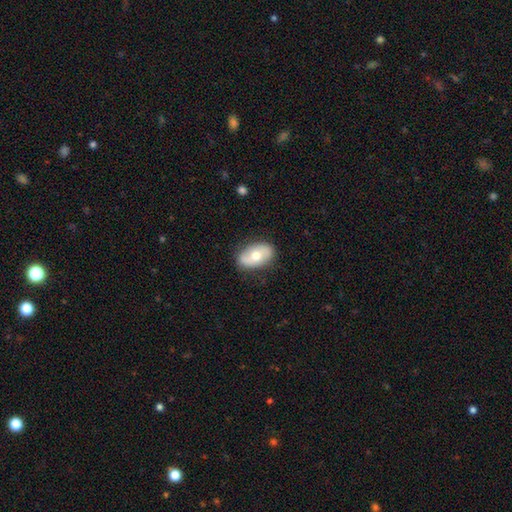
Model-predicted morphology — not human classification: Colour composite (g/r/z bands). It shows a smooth galaxy with no disk features (59%) that is in between round and cigar-shaped (91%). Merging: none (82%).